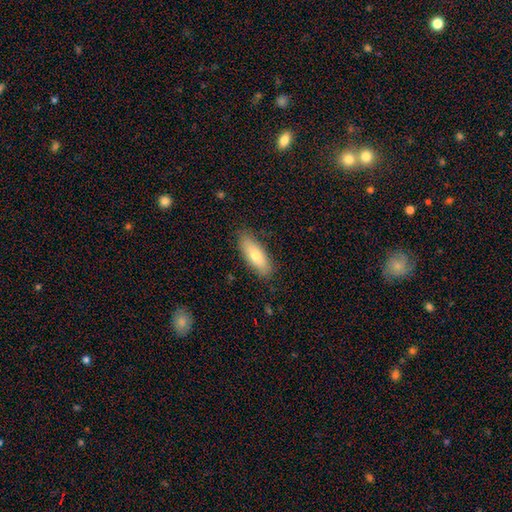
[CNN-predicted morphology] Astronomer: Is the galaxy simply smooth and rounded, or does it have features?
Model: smooth — 71%.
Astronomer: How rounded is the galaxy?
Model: in between — 65%.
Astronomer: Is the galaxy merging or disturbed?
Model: none — 85%.